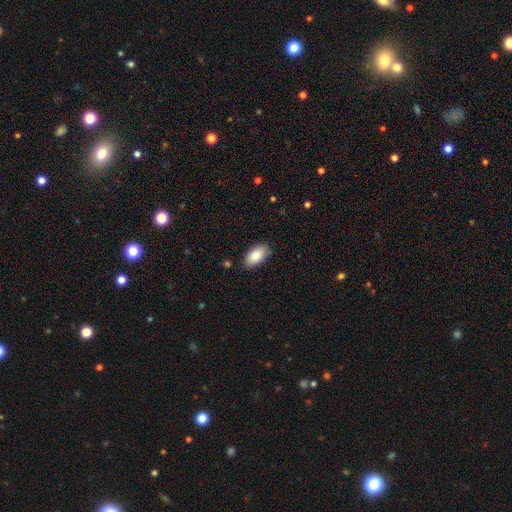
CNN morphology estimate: A smooth galaxy with no disk features (86%) that is in between round and cigar-shaped (95%).

Vote fractions:
- Smooth or featured? smooth: 86% / featured or disk: 7% / star or artifact: 6%
- How rounded? in between: 95% / round: 3% / cigar-shaped: 3%
- Merging? none: 85% / minor disturbance: 11% / major disturbance: 2% / merger: 1%